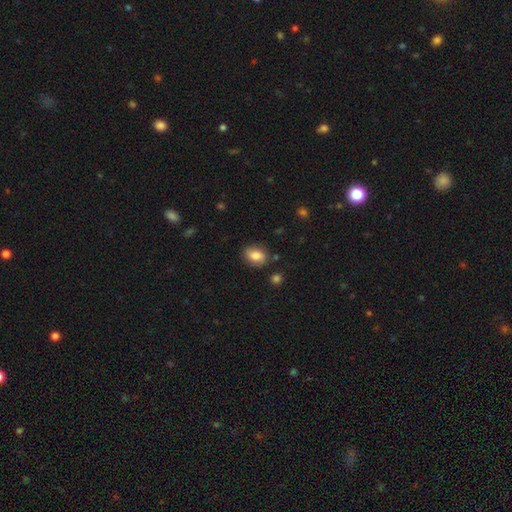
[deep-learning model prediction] Q: Smooth or featured?
A: smooth (80%); runner-up: featured or disk (12%)
Q: How rounded?
A: in between (68%); runner-up: round (31%)
Q: Merging?
A: none (80%); runner-up: minor disturbance (14%)